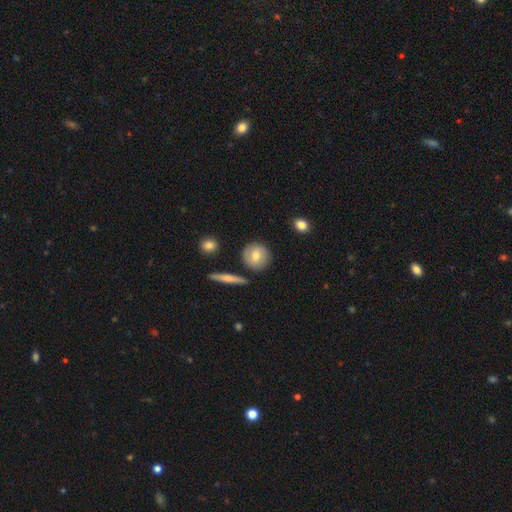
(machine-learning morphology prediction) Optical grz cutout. It shows a smooth galaxy with no disk features (70%) that is round (90%). Merging: none (85%).